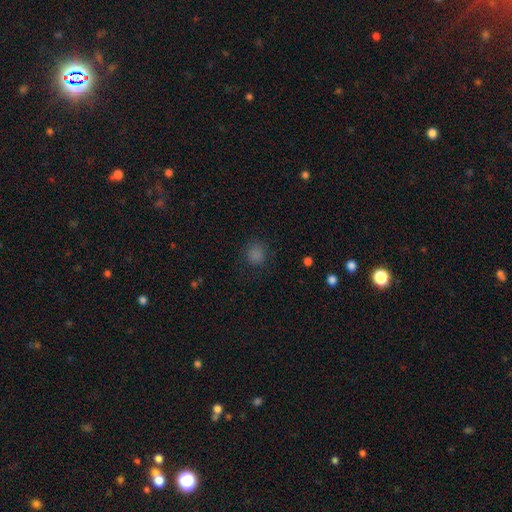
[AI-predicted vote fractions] The model was most divided on "smooth or featured": smooth: 77%, star or artifact: 19%, featured or disk: 5%. More confident: how rounded — round (87%); merging — none (84%).